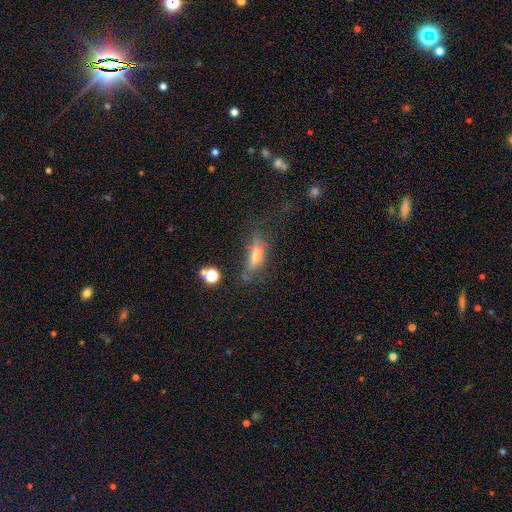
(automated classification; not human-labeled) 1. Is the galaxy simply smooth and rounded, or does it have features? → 49% smooth, 31% featured or disk, 20% star or artifact.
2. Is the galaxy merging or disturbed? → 51% none, 22% minor disturbance, 18% major disturbance, 9% merger.